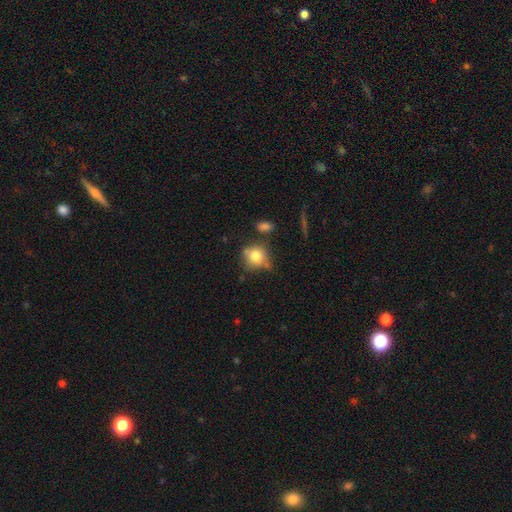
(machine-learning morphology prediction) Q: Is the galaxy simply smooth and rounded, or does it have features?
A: smooth — 74%.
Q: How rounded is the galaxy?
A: round — 80%.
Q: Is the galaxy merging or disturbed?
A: none — 56%.